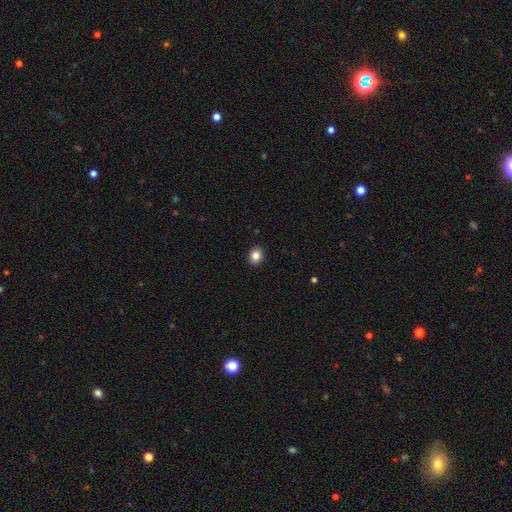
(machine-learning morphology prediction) Smooth or featured? smooth (85%)
How rounded? round (56%)
Merging? none (92%)